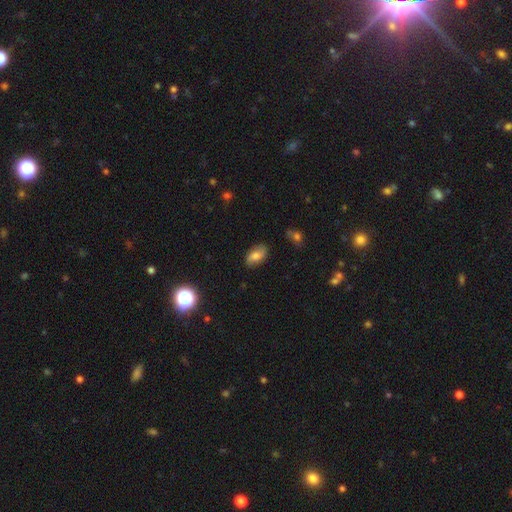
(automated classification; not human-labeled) This is possibly a smooth galaxy (54%). How rounded: clearly in between (89%). Merging: likely none (78%).